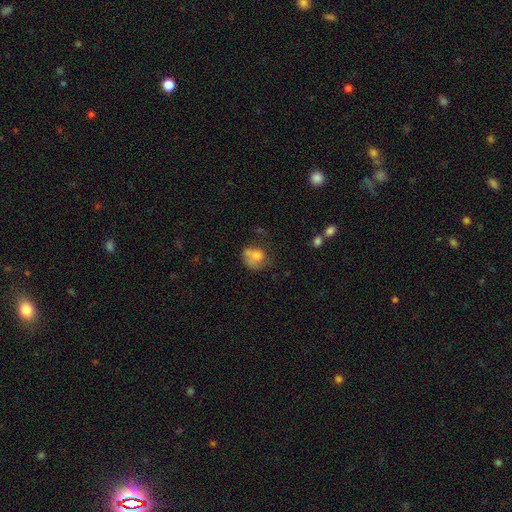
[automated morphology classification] This appears to be a smooth galaxy with no disk features (67%) that is round (60%). Merging: none (34%).